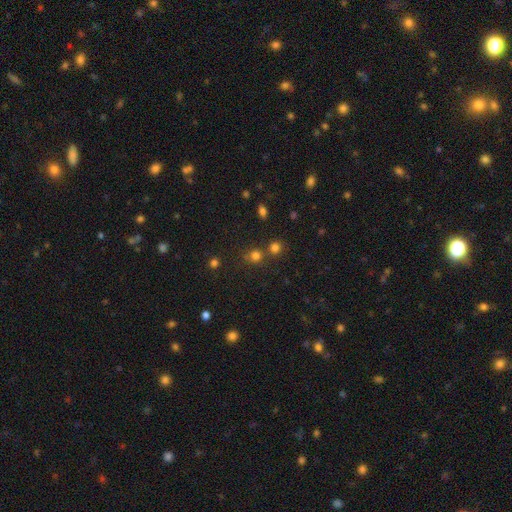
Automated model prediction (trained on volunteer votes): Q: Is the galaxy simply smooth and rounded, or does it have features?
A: smooth — 73%.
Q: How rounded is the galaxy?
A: round — 85%.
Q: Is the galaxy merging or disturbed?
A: none — 67%.